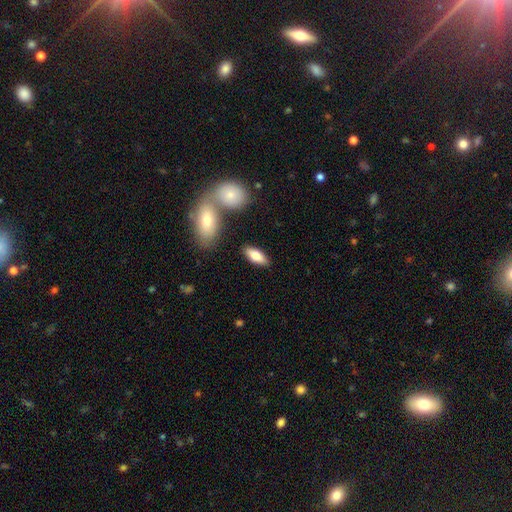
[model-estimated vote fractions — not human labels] smooth 73%, featured or disk 21%, star or artifact 7%. Down the decision tree: how rounded — in between (78%); merging — none (83%).